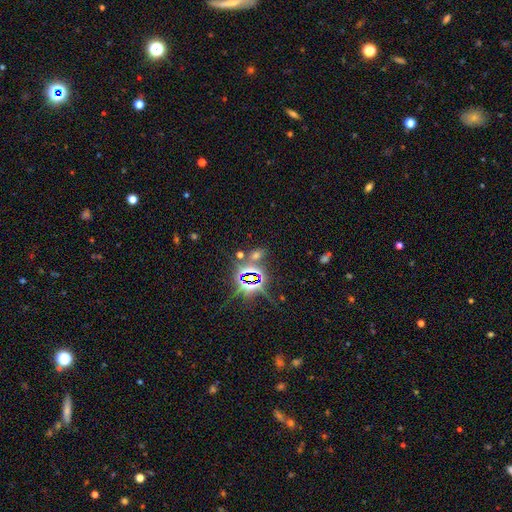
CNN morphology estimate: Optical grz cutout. It shows a star or artifact, not a galaxy (58%).